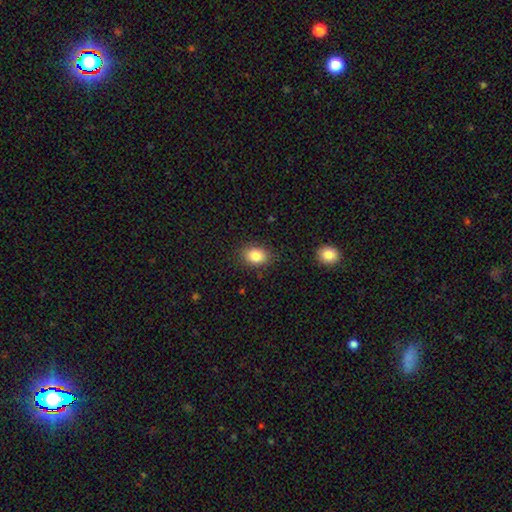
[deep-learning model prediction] Smooth or featured: smooth — 84% (star or artifact — 9%)
How rounded: in between — 70% (round — 29%)
Merging: none — 86% (minor disturbance — 10%)